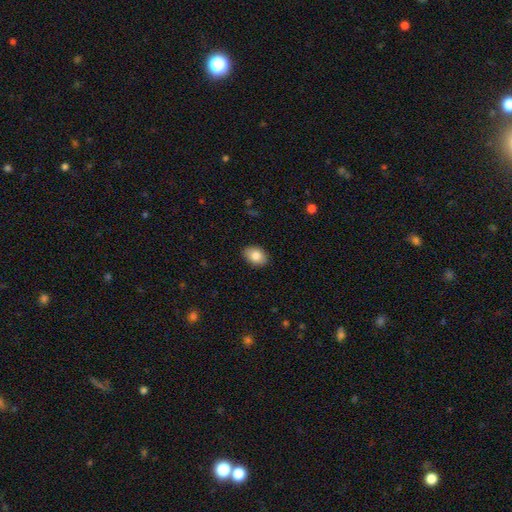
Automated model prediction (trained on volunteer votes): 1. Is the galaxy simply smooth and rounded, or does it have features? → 85% smooth, 8% star or artifact, 7% featured or disk.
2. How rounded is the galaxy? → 76% in between, 23% round, 1% cigar-shaped.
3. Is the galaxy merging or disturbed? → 89% none, 9% minor disturbance, 2% major disturbance, 1% merger.